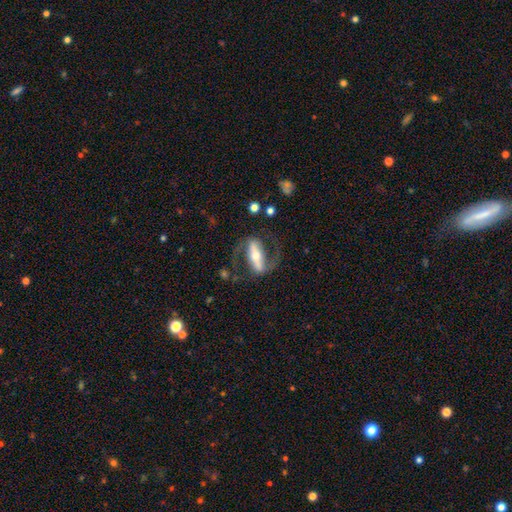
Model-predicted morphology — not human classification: A featured or disk galaxy (83%) with a strong bar (74%), 2 (89%) medium (48%) spiral arms (87%) and a moderate central bulge (53%). Merging: none (68%).